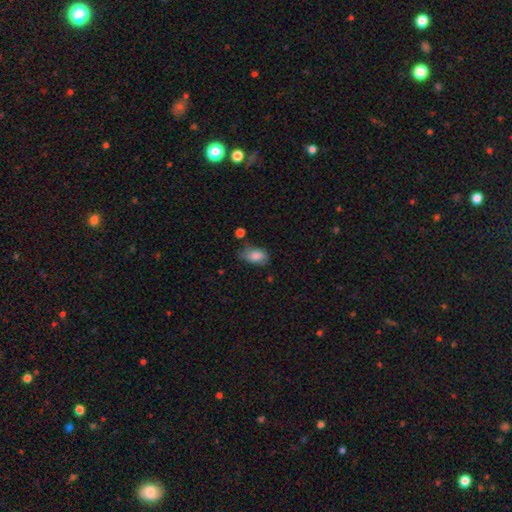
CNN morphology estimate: A smooth galaxy with no disk features (80%) that is in between round and cigar-shaped (90%).

Vote fractions:
- Smooth or featured? smooth: 80% / featured or disk: 12% / star or artifact: 8%
- How rounded? in between: 90% / round: 8% / cigar-shaped: 2%
- Merging? none: 54% / minor disturbance: 32% / major disturbance: 10% / merger: 5%